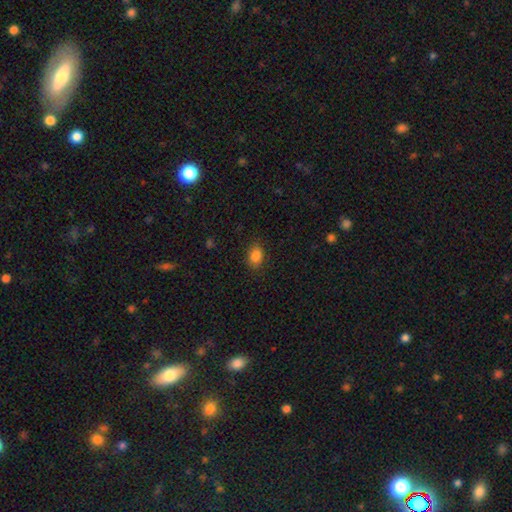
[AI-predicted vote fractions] A smooth galaxy with no disk features (85%) that is in between round and cigar-shaped (73%).

Vote fractions:
- Smooth or featured? smooth: 85% / star or artifact: 10% / featured or disk: 5%
- How rounded? in between: 73% / round: 26% / cigar-shaped: 1%
- Merging? none: 84% / minor disturbance: 12% / major disturbance: 3% / merger: 1%